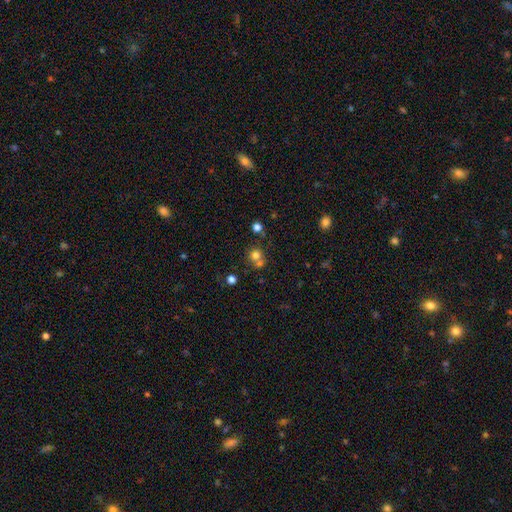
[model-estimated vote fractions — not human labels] Morphology: type=smooth (73%); roundness=round (85%); merging=none (50%).